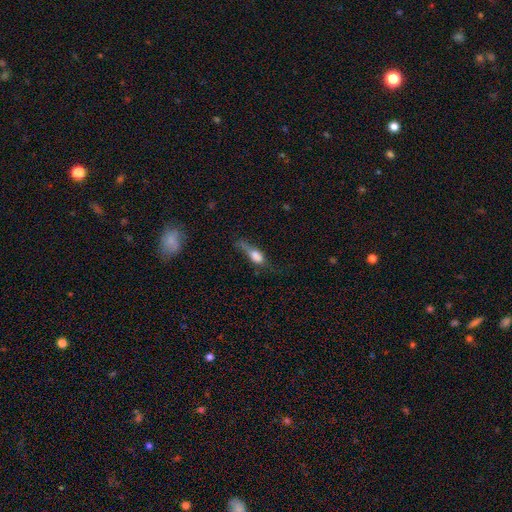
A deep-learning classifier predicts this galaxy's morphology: Q: Smooth or featured?
A: smooth (61%); runner-up: featured or disk (28%)
Q: How rounded?
A: in between (62%); runner-up: cigar-shaped (30%)
Q: Merging?
A: major disturbance (38%); runner-up: none (28%)